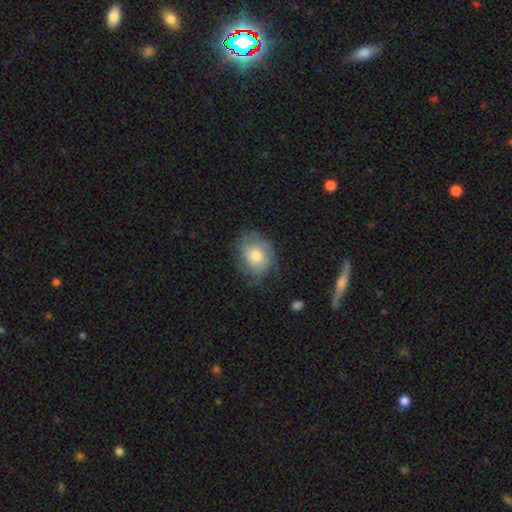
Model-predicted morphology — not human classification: Smooth or featured? Predicted: smooth (p=0.59). How rounded? Predicted: in between (p=0.58). Merging? Predicted: none (p=0.61).